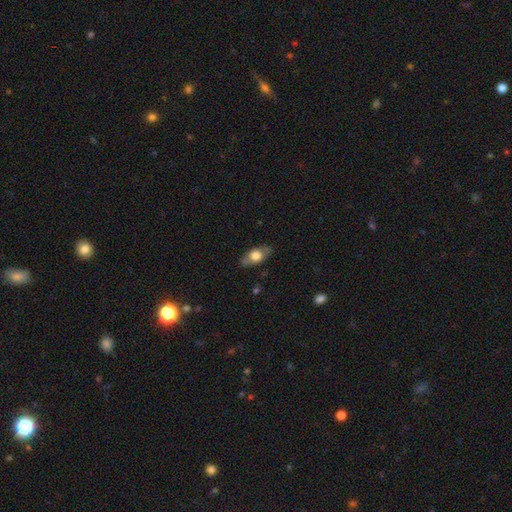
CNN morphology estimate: Smooth or featured? Predicted: smooth (p=0.64). How rounded? Predicted: in between (p=0.86). Merging? Predicted: none (p=0.83).